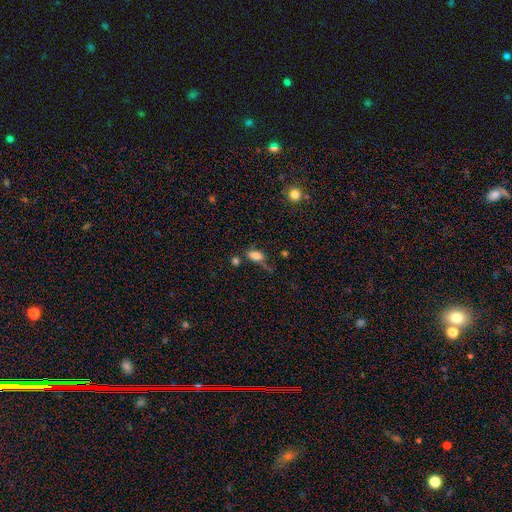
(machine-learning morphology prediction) Overall: smooth (80%). How rounded: in between (87%). Merging: none (53%; minor disturbance 25%).